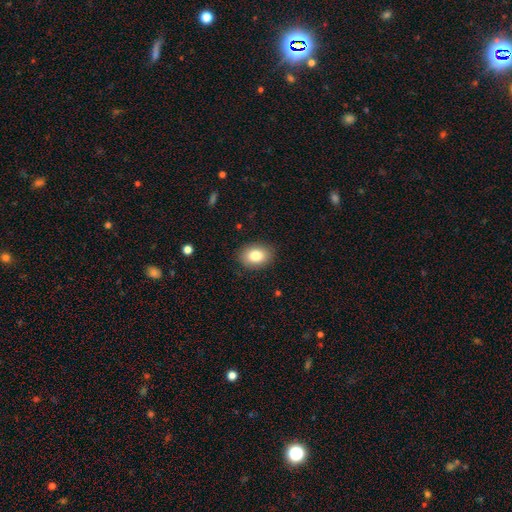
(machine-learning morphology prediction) Smooth or featured: smooth — 82% (featured or disk — 9%)
How rounded: in between — 76% (round — 23%)
Merging: none — 87% (minor disturbance — 9%)